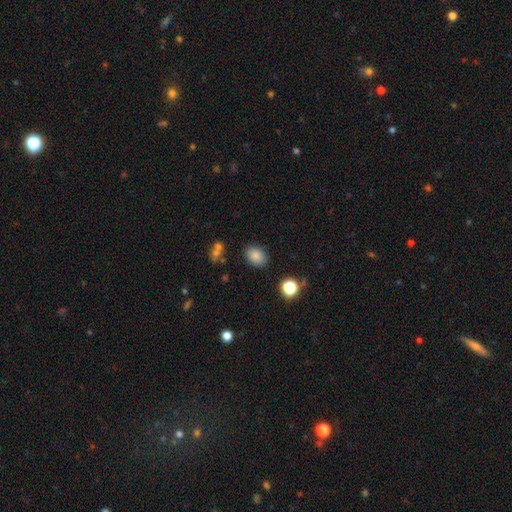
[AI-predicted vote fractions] A smooth galaxy with no disk features (83%) that is in between round and cigar-shaped (78%).

Vote fractions:
- Smooth or featured? smooth: 83% / star or artifact: 11% / featured or disk: 6%
- How rounded? in between: 78% / round: 21% / cigar-shaped: 1%
- Merging? none: 84% / minor disturbance: 10% / major disturbance: 3% / merger: 3%